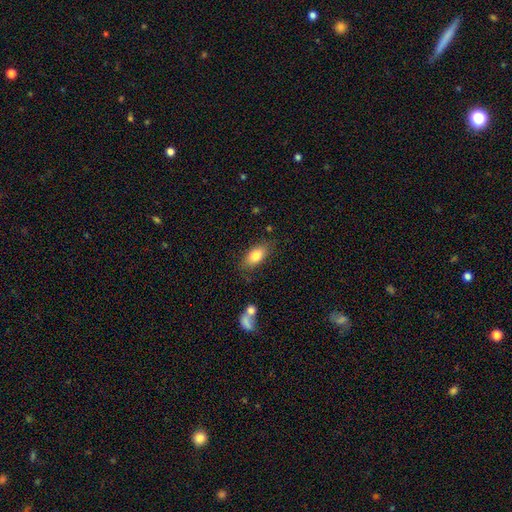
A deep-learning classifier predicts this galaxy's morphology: Smooth or featured? smooth (81%)
How rounded? in between (88%)
Merging? none (77%)